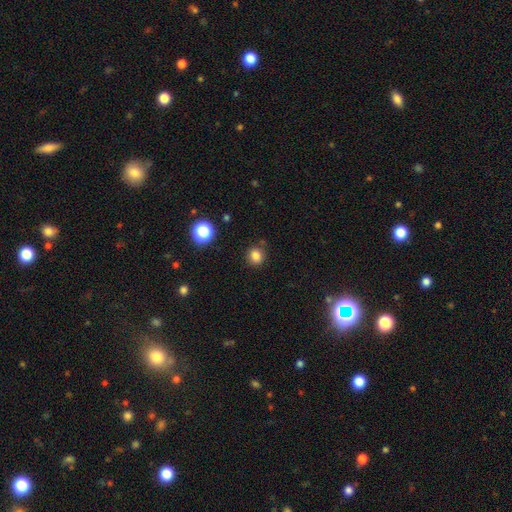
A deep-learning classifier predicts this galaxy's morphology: Overall: smooth (82%). How rounded: round (85%). Merging: none (85%).